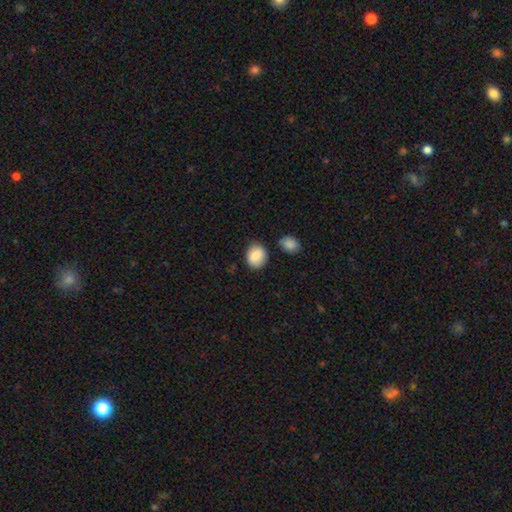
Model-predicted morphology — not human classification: Smooth or featured? smooth (86%)
How rounded? round (54%)
Merging? none (74%)